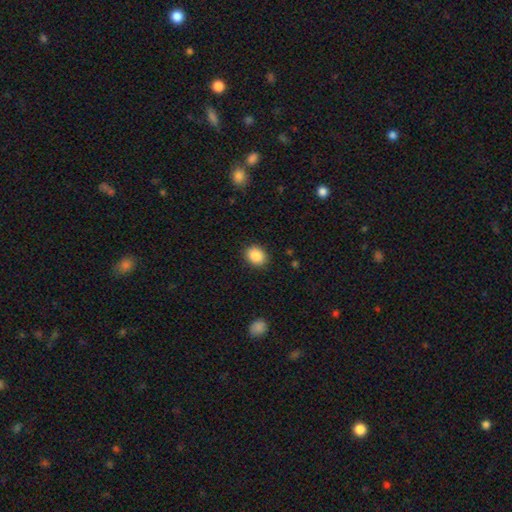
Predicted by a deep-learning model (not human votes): Overall: smooth (88%). How rounded: round (54%; in between 45%). Merging: none (88%).